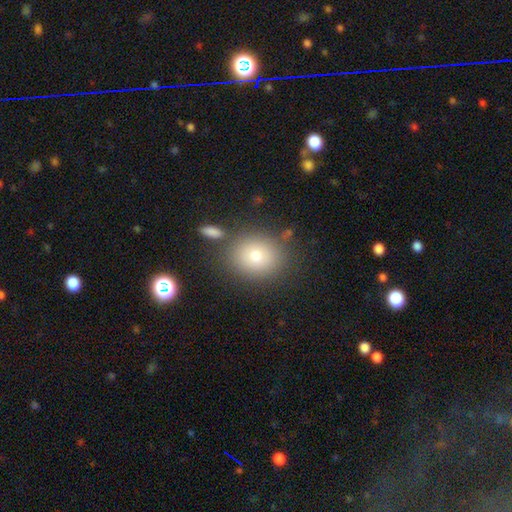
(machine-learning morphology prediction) The model was most divided on "how rounded": round: 70%, in between: 29%, cigar-shaped: 1%. More confident: merging — none (78%); smooth or featured — smooth (75%).